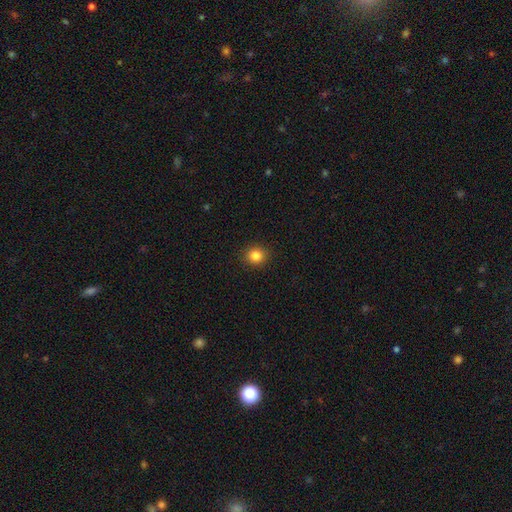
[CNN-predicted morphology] smooth-or-featured: smooth: 84% | star or artifact: 11% | featured or disk: 5%
  how-rounded: round: 85% | in between: 14% | cigar-shaped: 1%
  merging: none: 92% | minor disturbance: 5% | major disturbance: 2% | merger: 1%